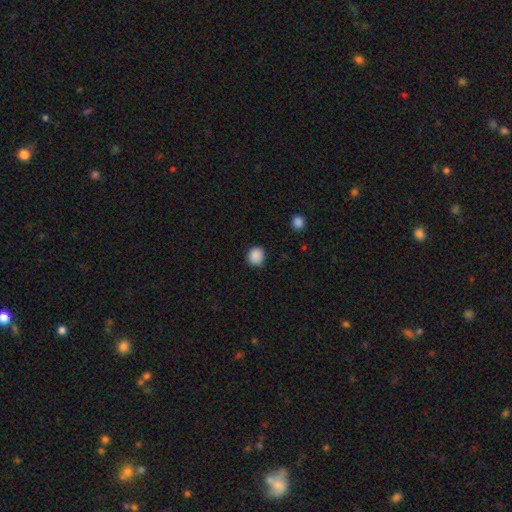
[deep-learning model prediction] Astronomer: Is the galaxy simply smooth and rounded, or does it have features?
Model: smooth — 89%.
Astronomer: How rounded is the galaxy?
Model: round — 86%.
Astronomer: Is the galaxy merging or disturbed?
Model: none — 88%.